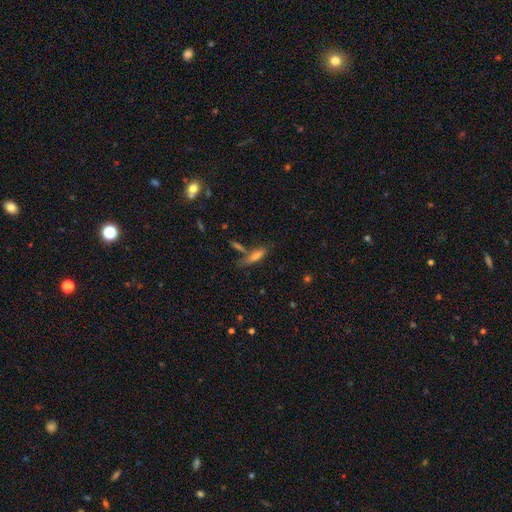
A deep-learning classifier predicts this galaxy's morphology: The model was most divided on "smooth or featured": smooth: 58%, featured or disk: 29%, star or artifact: 12%. More confident: how rounded — cigar-shaped (72%); merging — none (63%).